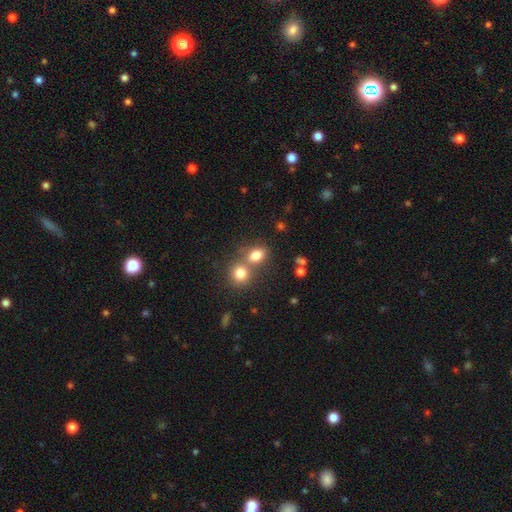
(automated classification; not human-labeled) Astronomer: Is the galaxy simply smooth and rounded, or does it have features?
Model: smooth — 80%.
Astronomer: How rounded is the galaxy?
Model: in between — 59% (runner-up: round, 40%).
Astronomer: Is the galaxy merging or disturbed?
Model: merger — 44% (runner-up: none, 43%).